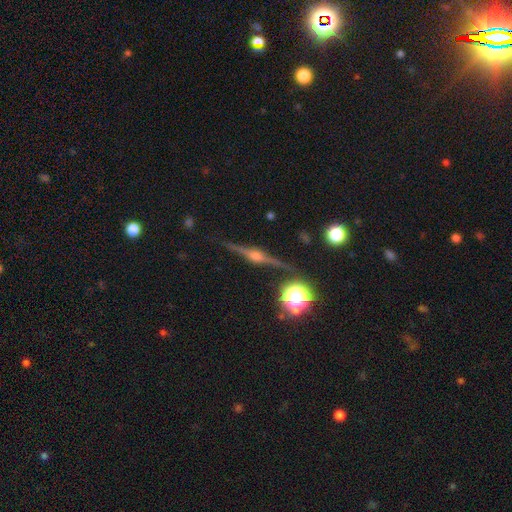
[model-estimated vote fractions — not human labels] A featured or disk galaxy (85%) viewed edge-on (98%) with a rounded central bulge (93%). Merging: none (89%).